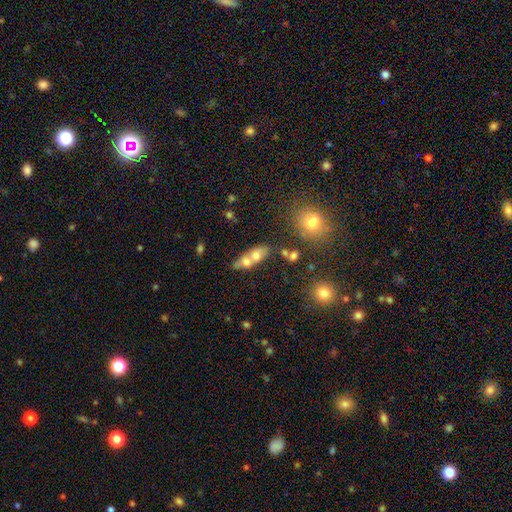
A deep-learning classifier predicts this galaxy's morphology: Smooth or featured?
  - smooth: 63% *
  - featured or disk: 25%
  - star or artifact: 12%
How rounded?
  - in between: 66% *
  - round: 22%
  - cigar-shaped: 12%
Merging?
  - merger: 57% *
  - none: 28%
  - minor disturbance: 9%
  - major disturbance: 5%